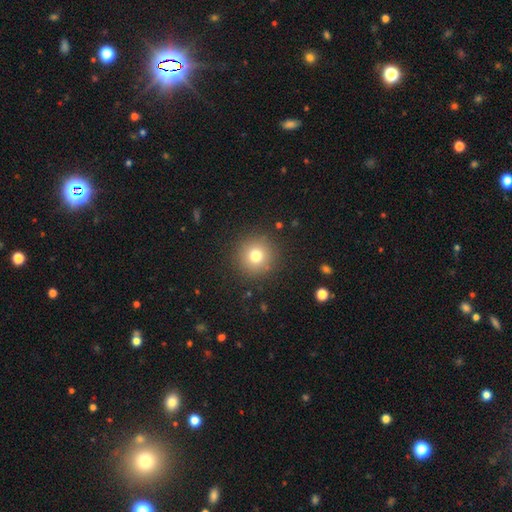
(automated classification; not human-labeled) Morphology: type=smooth (76%); roundness=round (95%); merging=none (89%).